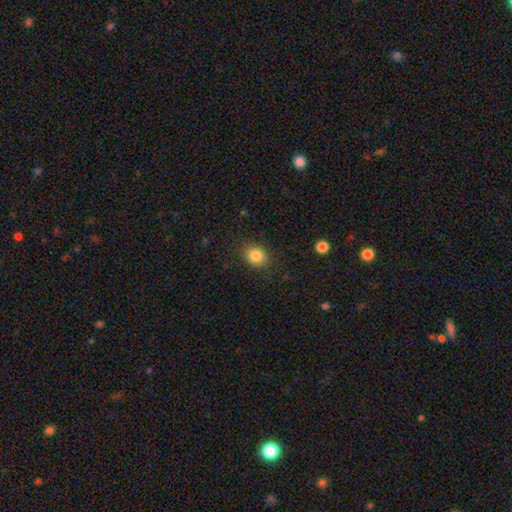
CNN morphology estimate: A smooth galaxy with no disk features (84%) that is round (59%). Merging: none (84%).